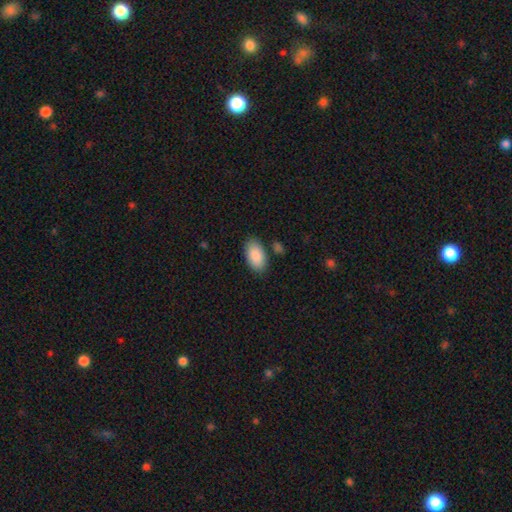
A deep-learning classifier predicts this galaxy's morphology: Q: Smooth or featured?
A: smooth (88%); runner-up: featured or disk (6%)
Q: How rounded?
A: in between (95%); runner-up: round (3%)
Q: Merging?
A: none (82%); runner-up: minor disturbance (11%)